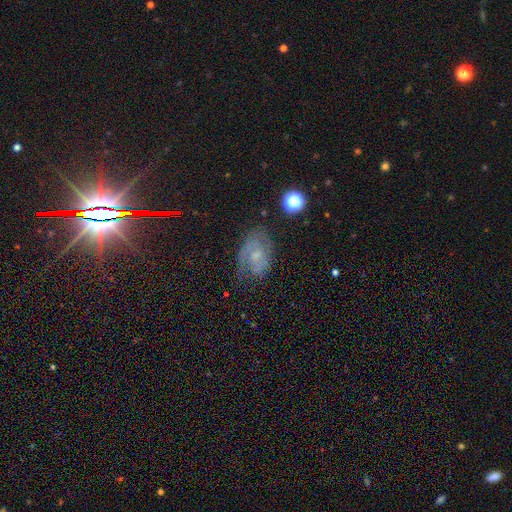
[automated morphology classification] featured or disk 56%, smooth 27%, star or artifact 17%. Down the decision tree: edge-on disk — no (96%); bar — no (65%); spiral arms — yes (78%); bulge size — small (53%); merging — none (56%).